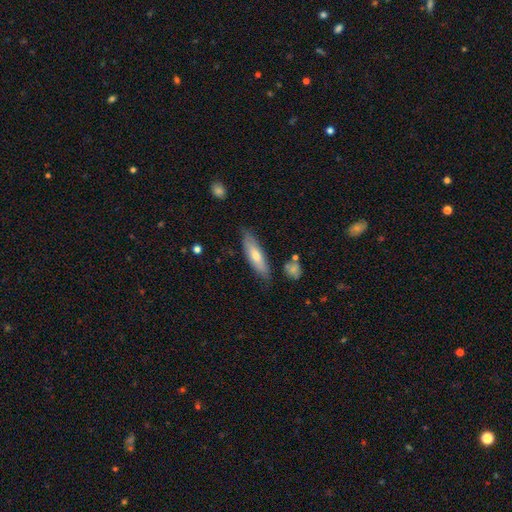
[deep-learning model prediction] A smooth galaxy with no disk features (58%) that is cigar-shaped (58%). Merging: none (77%).